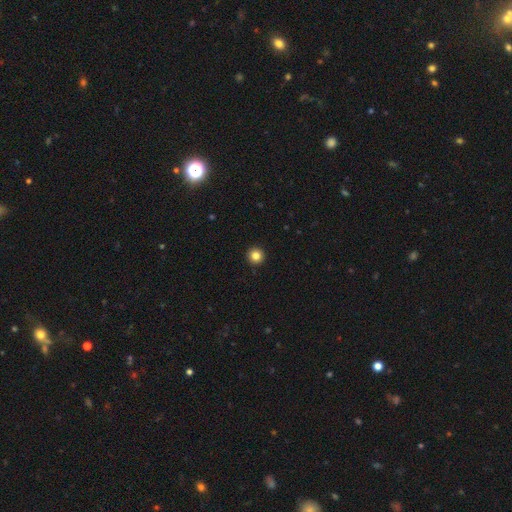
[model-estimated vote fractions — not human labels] Q: Smooth or featured?
A: smooth (84%); runner-up: star or artifact (11%)
Q: How rounded?
A: round (96%); runner-up: in between (3%)
Q: Merging?
A: none (94%); runner-up: minor disturbance (4%)